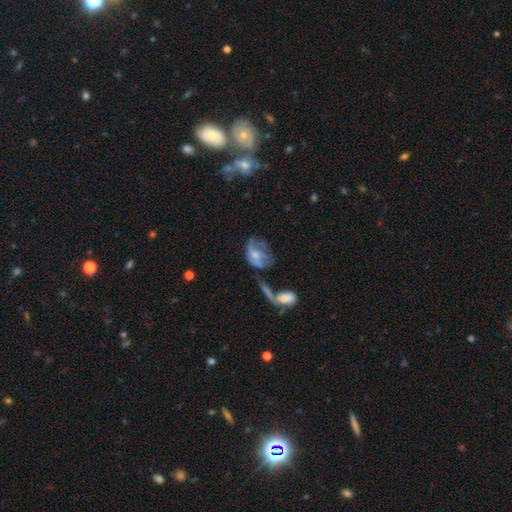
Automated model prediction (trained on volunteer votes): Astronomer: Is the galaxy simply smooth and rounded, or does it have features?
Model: smooth — 49% (runner-up: featured or disk, 42%).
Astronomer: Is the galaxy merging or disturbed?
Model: major disturbance — 37% (runner-up: merger, 22%).